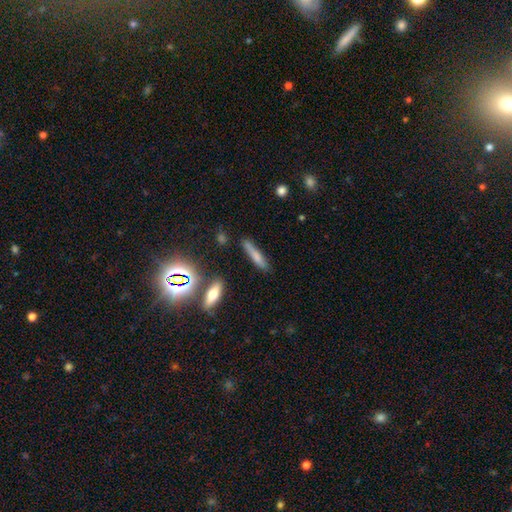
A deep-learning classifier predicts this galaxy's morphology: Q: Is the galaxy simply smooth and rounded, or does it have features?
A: smooth — 68%.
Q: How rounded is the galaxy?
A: cigar-shaped — 86%.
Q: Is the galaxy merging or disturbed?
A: none — 78%.